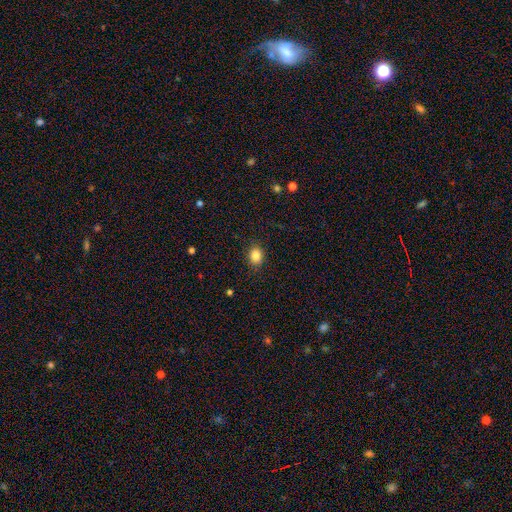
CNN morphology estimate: smooth 85%, star or artifact 10%, featured or disk 5%. Down the decision tree: how rounded — in between (55%); merging — none (87%).